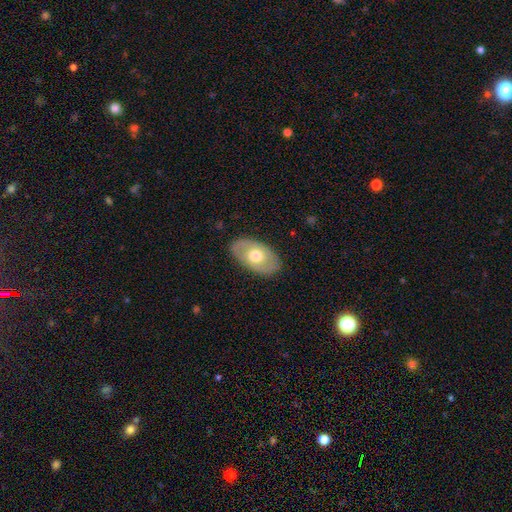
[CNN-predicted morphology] Smooth or featured? Predicted: smooth (p=0.53). How rounded? Predicted: in between (p=0.90). Merging? Predicted: none (p=0.84).